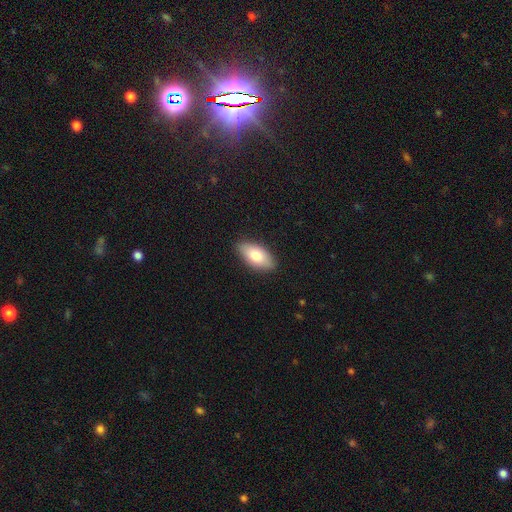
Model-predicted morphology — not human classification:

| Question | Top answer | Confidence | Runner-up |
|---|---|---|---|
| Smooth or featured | smooth | 79% | featured or disk (15%) |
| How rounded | in between | 92% | cigar-shaped (6%) |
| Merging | none | 86% | minor disturbance (11%) |